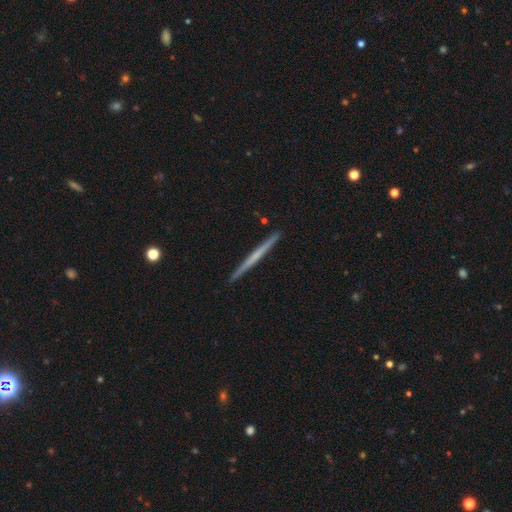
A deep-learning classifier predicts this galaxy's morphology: Smooth or featured?
  - featured or disk: 55% *
  - smooth: 40%
  - star or artifact: 5%
Edge-on disk?
  - yes: 98% *
  - no: 2%
Edge-on bulge?
  - none: 85% *
  - rounded: 11%
  - boxy: 4%
Merging?
  - none: 93% *
  - minor disturbance: 5%
  - major disturbance: 1%
  - merger: 1%